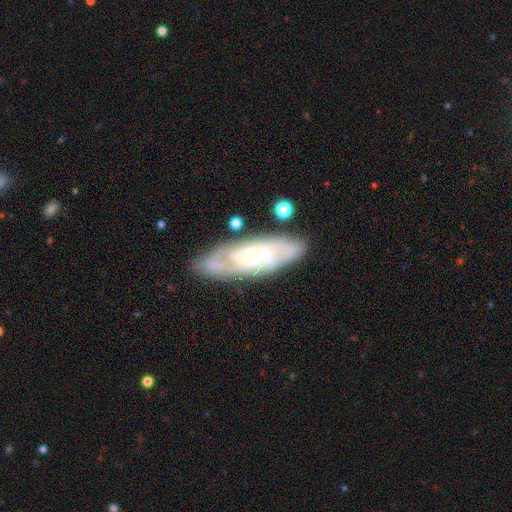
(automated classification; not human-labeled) Smooth or featured? featured or disk (76%)
Edge-on disk? no (85%)
Bar? no (59%)
Spiral arms? yes (92%)
Spiral winding? tight (58%)
Spiral arm count? can't tell (39%)
Bulge size? small (59%)
Merging? none (78%)